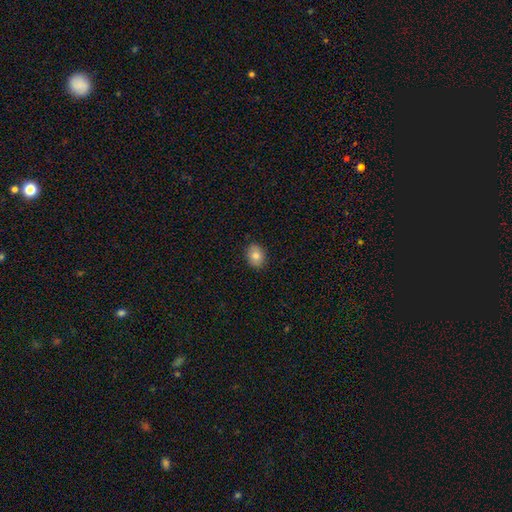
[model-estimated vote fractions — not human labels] Smooth or featured?
  - smooth: 81% *
  - featured or disk: 10%
  - star or artifact: 9%
How rounded?
  - in between: 60% *
  - round: 39%
  - cigar-shaped: 1%
Merging?
  - none: 89% *
  - minor disturbance: 8%
  - major disturbance: 2%
  - merger: 1%